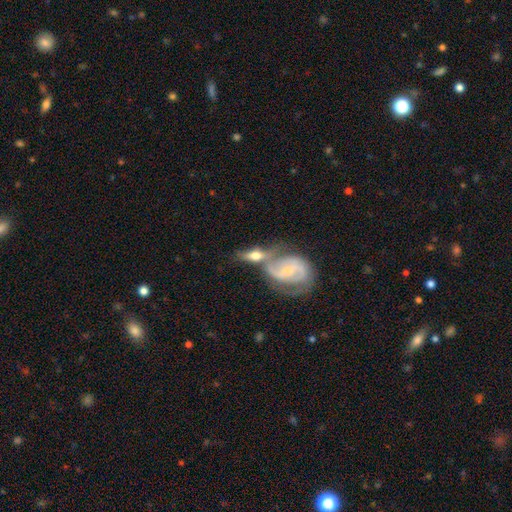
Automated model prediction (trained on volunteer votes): Smooth or featured? featured or disk (63%)
Edge-on disk? no (79%)
Merging? merger (49%)